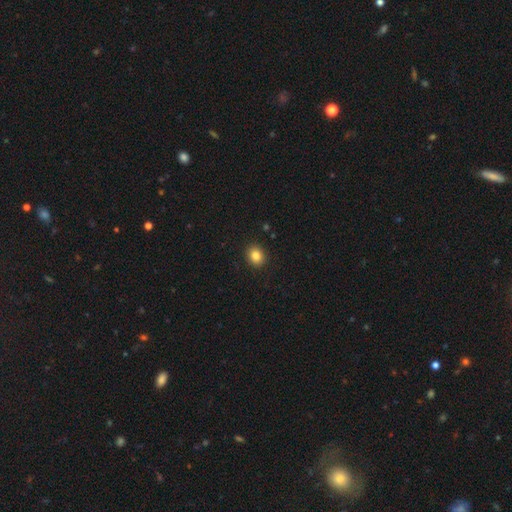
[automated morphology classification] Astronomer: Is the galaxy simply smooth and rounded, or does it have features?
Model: smooth — 85%.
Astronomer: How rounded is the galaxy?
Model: round — 66%.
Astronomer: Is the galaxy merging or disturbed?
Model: none — 91%.